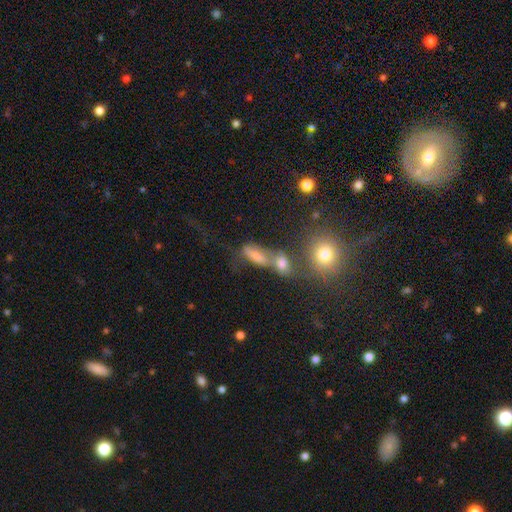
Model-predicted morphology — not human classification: A smooth galaxy with no disk features (63%) that is in between round and cigar-shaped (63%). Merging: merger (53%).